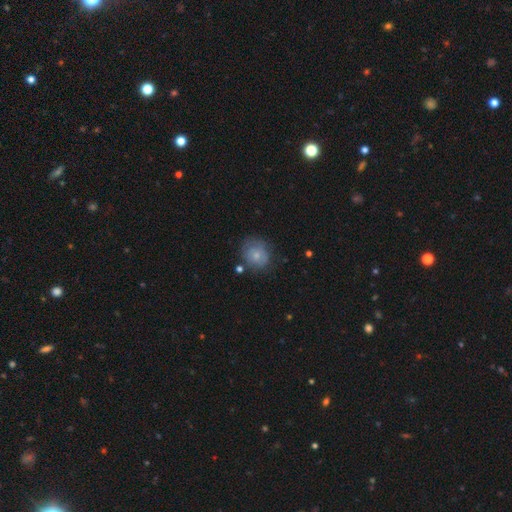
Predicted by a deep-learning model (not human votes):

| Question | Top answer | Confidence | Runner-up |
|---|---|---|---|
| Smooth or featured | smooth | 70% | featured or disk (21%) |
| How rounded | round | 77% | in between (22%) |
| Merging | none | 67% | minor disturbance (22%) |